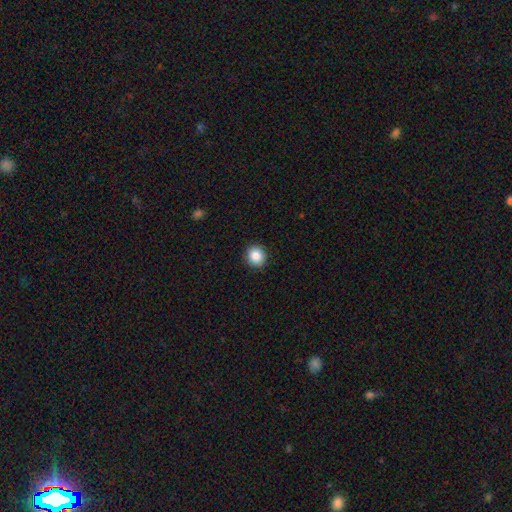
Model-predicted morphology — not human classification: Overall: smooth (86%). How rounded: round (85%). Merging: none (91%).